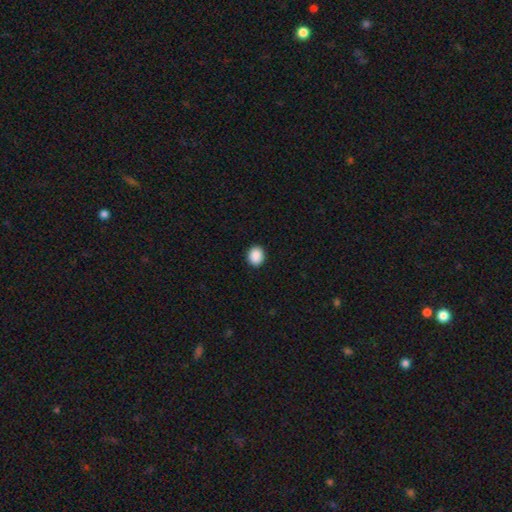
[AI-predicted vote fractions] Smooth or featured? Predicted: smooth (p=0.90). How rounded? Predicted: round (p=0.54). Merging? Predicted: none (p=0.91).